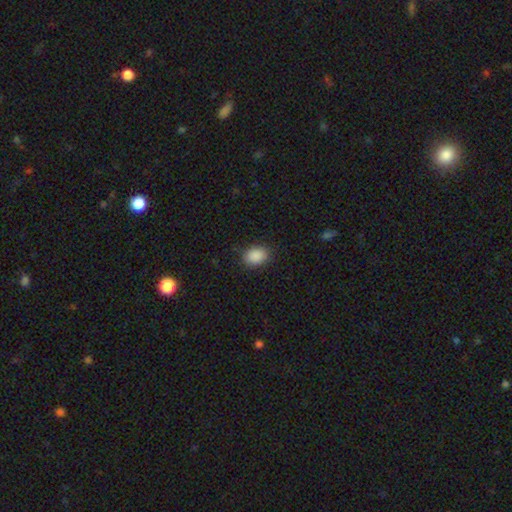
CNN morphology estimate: This is clearly a smooth galaxy (89%). How rounded: likely in between (67%). Merging: clearly none (86%).